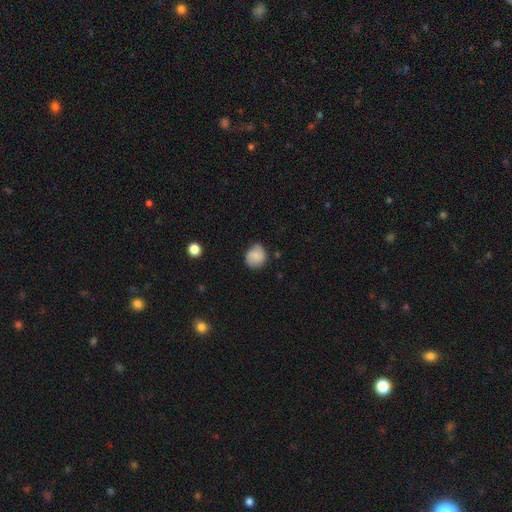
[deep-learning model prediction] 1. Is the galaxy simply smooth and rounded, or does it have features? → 71% smooth, 20% featured or disk, 9% star or artifact.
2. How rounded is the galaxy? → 78% round, 21% in between, 1% cigar-shaped.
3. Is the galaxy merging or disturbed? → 70% none, 23% minor disturbance, 5% major disturbance, 2% merger.